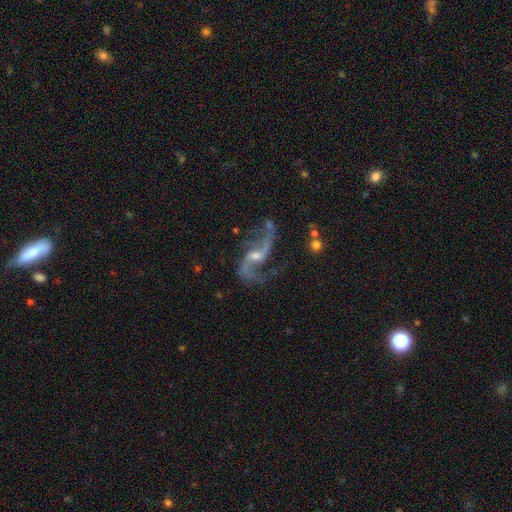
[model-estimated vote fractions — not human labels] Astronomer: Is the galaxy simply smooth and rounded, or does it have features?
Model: featured or disk — 90%.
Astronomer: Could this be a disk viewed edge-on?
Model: no — 96%.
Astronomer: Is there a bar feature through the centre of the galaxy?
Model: weak — 43% (runner-up: no, 39%).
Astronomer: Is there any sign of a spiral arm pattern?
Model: yes — 97%.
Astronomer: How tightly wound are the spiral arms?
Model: loose — 83%.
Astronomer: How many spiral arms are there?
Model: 2 — 92%.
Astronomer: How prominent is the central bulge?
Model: small — 54% (runner-up: moderate, 37%).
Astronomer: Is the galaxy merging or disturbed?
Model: none — 66%.